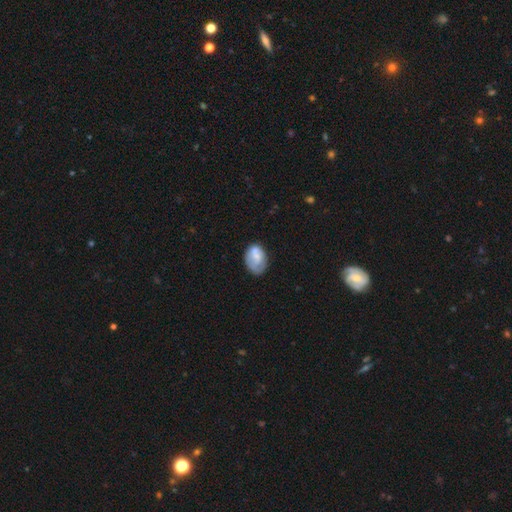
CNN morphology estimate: Smooth or featured? smooth (61%)
How rounded? in between (79%)
Merging? none (47%)